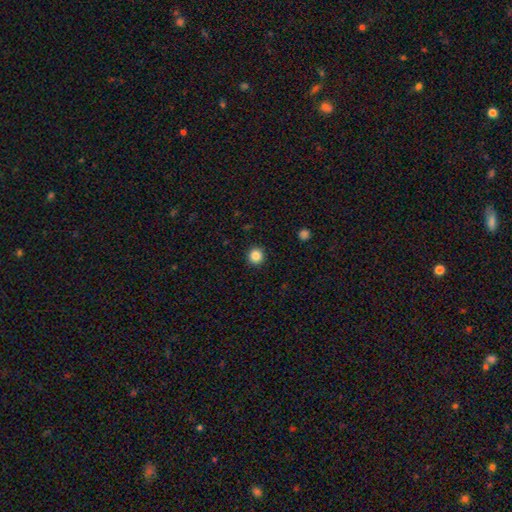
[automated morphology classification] Smooth or featured? Predicted: smooth (p=0.85). How rounded? Predicted: round (p=0.95). Merging? Predicted: none (p=0.93).